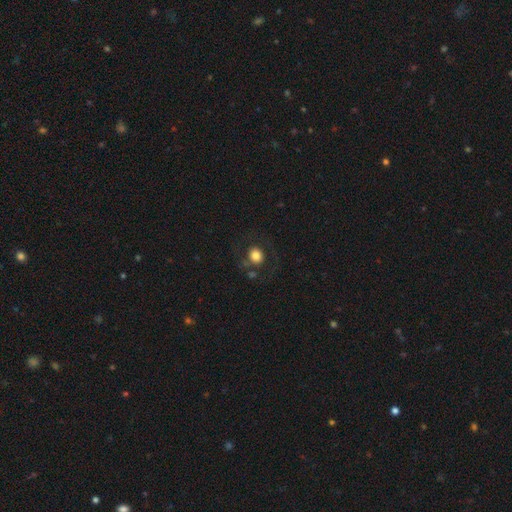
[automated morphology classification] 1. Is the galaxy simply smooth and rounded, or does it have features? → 73% smooth, 17% featured or disk, 10% star or artifact.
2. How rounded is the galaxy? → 74% round, 25% in between, 1% cigar-shaped.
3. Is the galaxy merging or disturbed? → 70% none, 13% minor disturbance, 12% major disturbance, 5% merger.